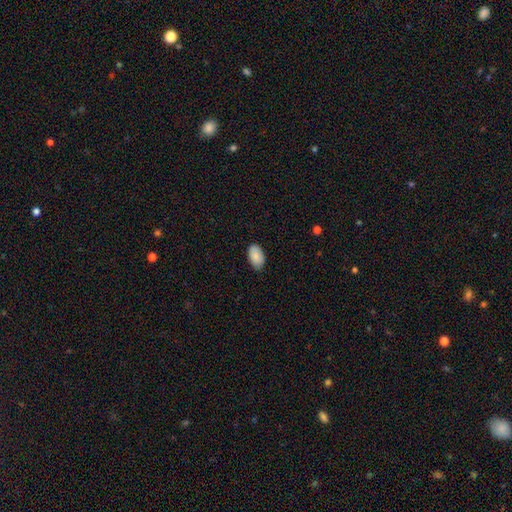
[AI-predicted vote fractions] This is clearly a smooth galaxy (87%). How rounded: clearly in between (94%). Merging: clearly none (83%).